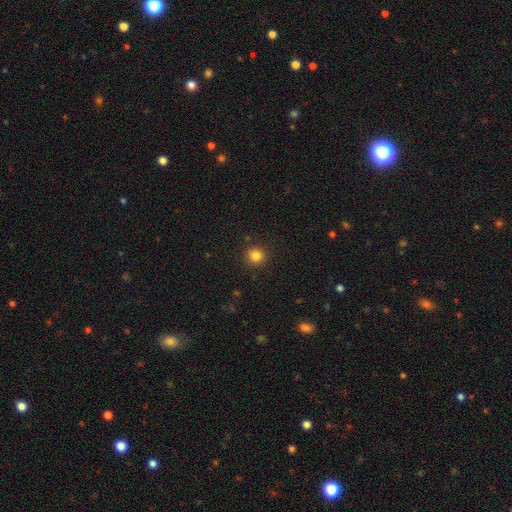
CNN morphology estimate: The model was most divided on "smooth or featured": smooth: 83%, star or artifact: 12%, featured or disk: 4%. More confident: how rounded — round (93%); merging — none (91%).